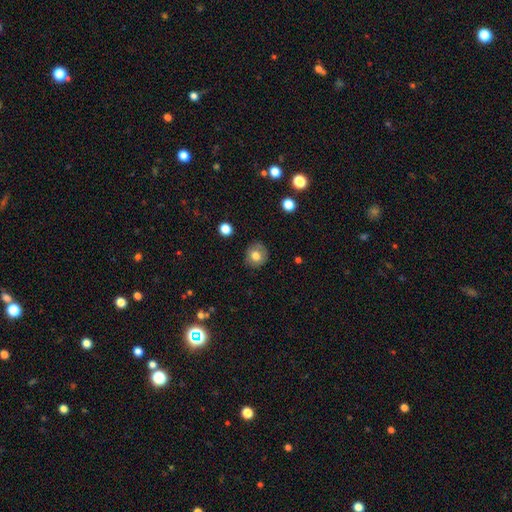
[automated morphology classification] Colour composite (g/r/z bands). It shows a smooth galaxy with no disk features (76%) that is round (84%). Merging: none (85%).